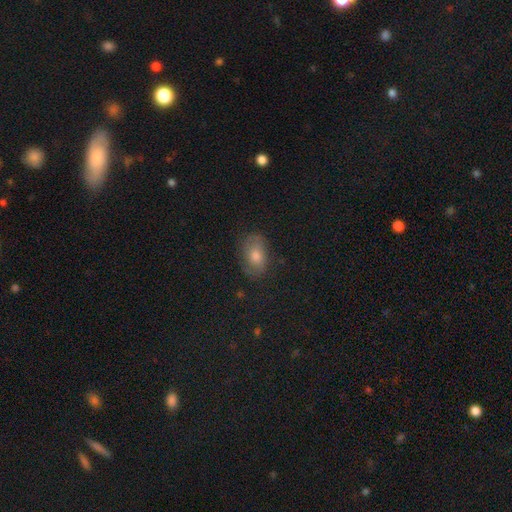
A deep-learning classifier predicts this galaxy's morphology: Overall: smooth (60%; featured or disk 27%). How rounded: in between (81%). Merging: none (73%).